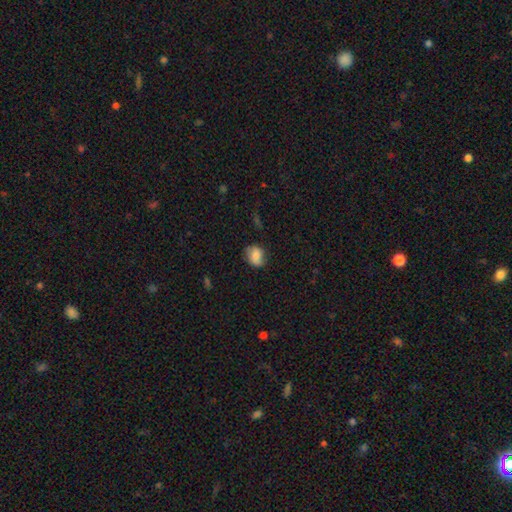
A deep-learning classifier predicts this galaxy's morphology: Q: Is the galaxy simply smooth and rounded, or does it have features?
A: smooth — 68%.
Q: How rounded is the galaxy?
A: round — 52%.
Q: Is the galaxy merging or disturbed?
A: none — 73%.